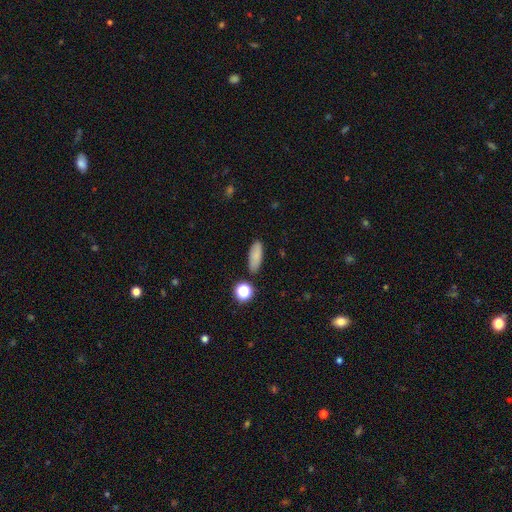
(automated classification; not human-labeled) smooth-or-featured: smooth: 82% | star or artifact: 10% | featured or disk: 8%
  how-rounded: in between: 68% | cigar-shaped: 27% | round: 4%
  merging: none: 84% | minor disturbance: 10% | merger: 3% | major disturbance: 3%